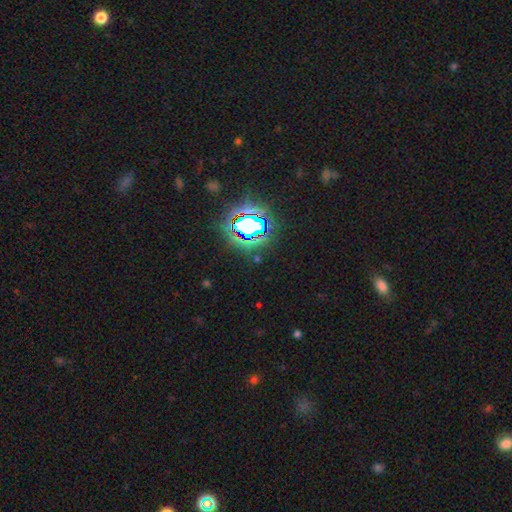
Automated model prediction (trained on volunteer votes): Morphology: type=star or artifact (77%).